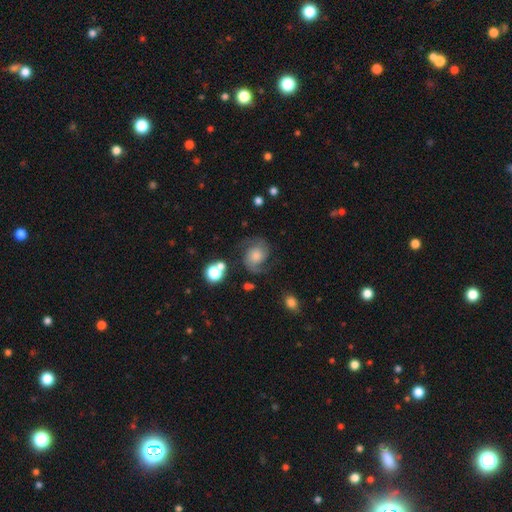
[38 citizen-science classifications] Smooth or featured? 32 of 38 (84%) said featured or disk. Edge-on disk? 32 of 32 (100%) said no. Bar? 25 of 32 (78%) said no. Spiral arms? 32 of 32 (100%) said yes. Spiral winding? 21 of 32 (66%) said medium. Spiral arm count? 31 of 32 (97%) said 2. Bulge size? 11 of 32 (34%) said small. Merging? 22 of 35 (63%) said none.